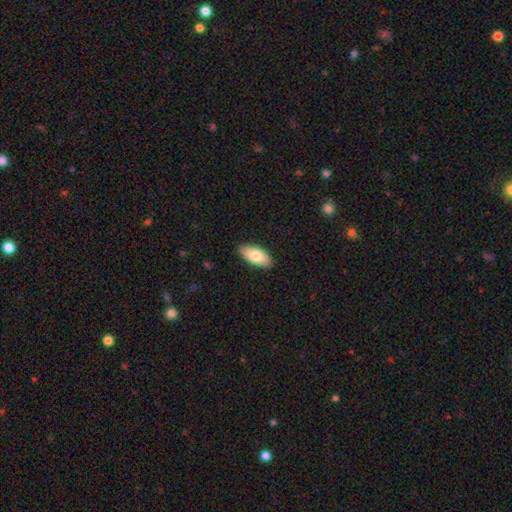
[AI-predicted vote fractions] A smooth galaxy with no disk features (82%) that is in between round and cigar-shaped (92%). Merging: none (89%).